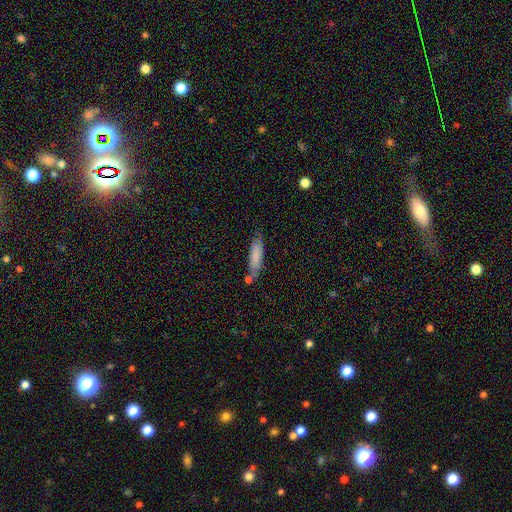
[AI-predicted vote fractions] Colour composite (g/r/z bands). It shows a smooth galaxy with no disk features (77%) that is cigar-shaped (75%). Merging: none (68%).